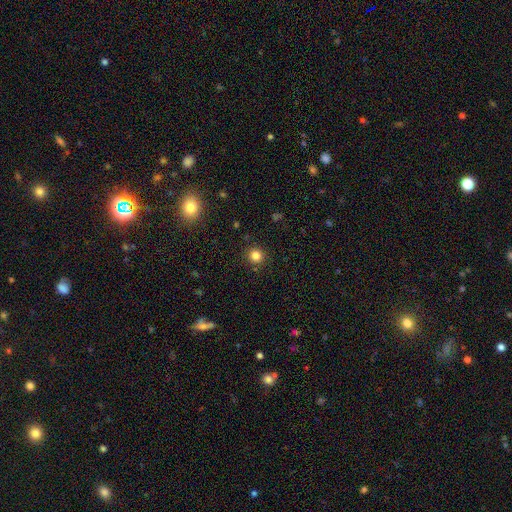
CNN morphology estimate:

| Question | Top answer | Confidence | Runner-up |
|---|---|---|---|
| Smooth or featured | smooth | 82% | star or artifact (13%) |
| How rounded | round | 93% | in between (6%) |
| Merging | none | 91% | minor disturbance (6%) |